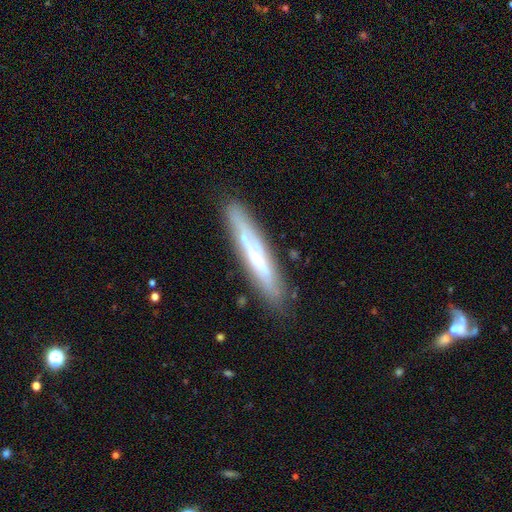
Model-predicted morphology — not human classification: Overall: featured or disk (62%; smooth 31%). Edge-on disk: yes (73%). Merging: none (82%).